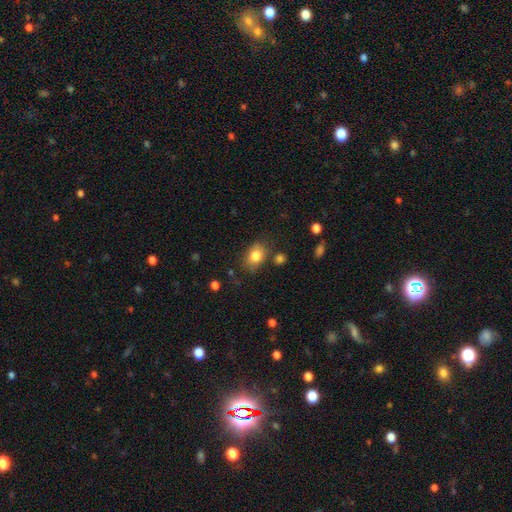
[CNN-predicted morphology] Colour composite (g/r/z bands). It shows a smooth galaxy with no disk features (81%) that is in between round and cigar-shaped (68%). Merging: none (74%).